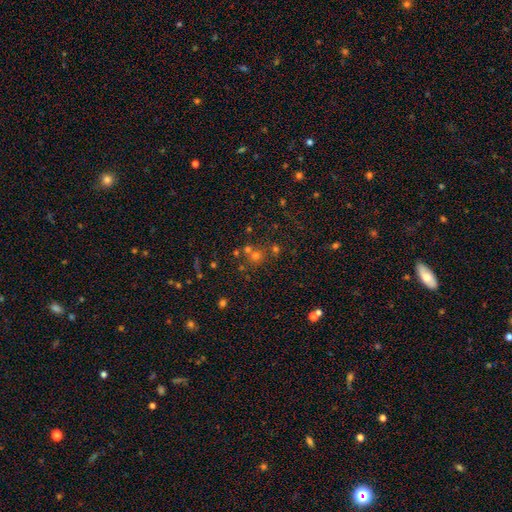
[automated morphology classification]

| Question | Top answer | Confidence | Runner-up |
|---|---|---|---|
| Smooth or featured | smooth | 54% | star or artifact (34%) |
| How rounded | round | 88% | in between (11%) |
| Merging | none | 61% | merger (27%) |